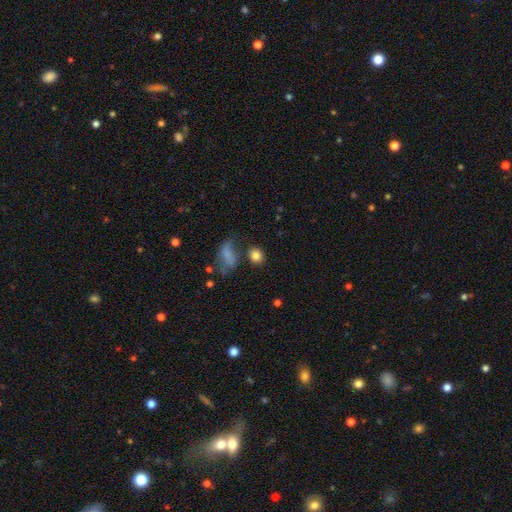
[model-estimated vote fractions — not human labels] This is clearly a smooth galaxy (82%). How rounded: likely round (65%). Merging: likely none (68%).